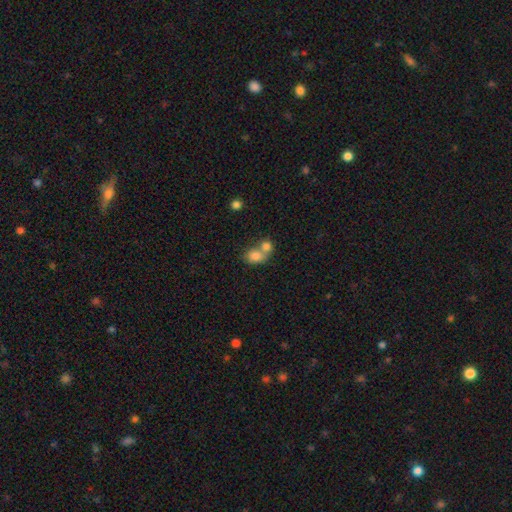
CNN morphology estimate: The model was most divided on "how rounded": in between: 55%, round: 44%, cigar-shaped: 1%. More confident: smooth or featured — smooth (80%); merging — merger (63%).